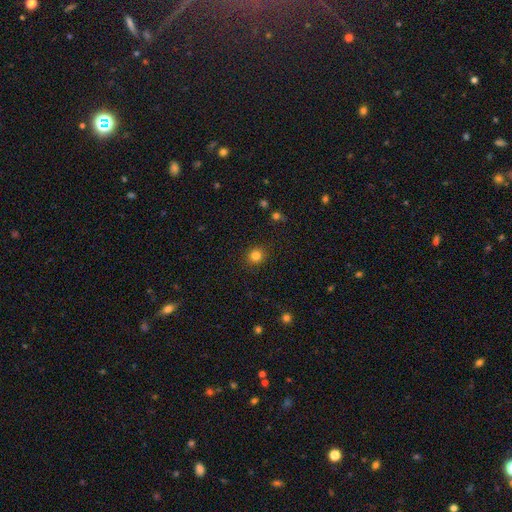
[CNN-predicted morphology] This is clearly a smooth galaxy (82%). How rounded: clearly round (85%). Merging: clearly none (89%).